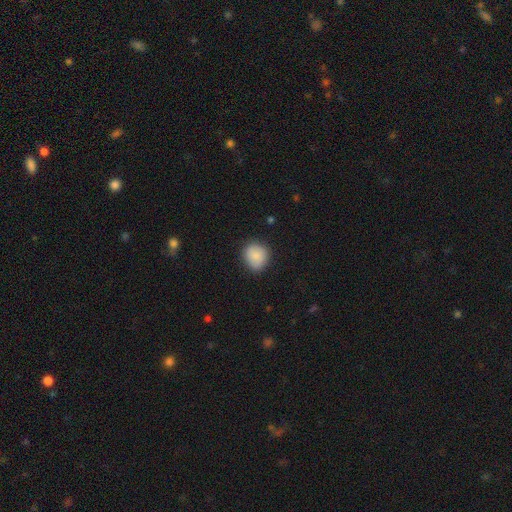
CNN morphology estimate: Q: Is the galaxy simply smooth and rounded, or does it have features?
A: smooth — 86%.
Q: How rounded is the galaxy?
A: round — 82%.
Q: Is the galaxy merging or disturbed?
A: none — 82%.